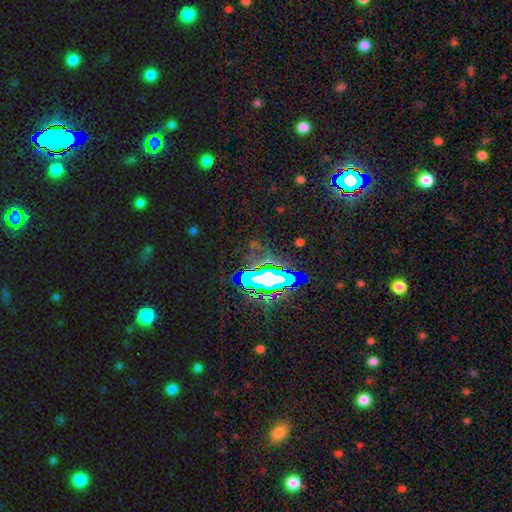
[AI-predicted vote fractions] star or artifact 68%, smooth 18%, featured or disk 15%.